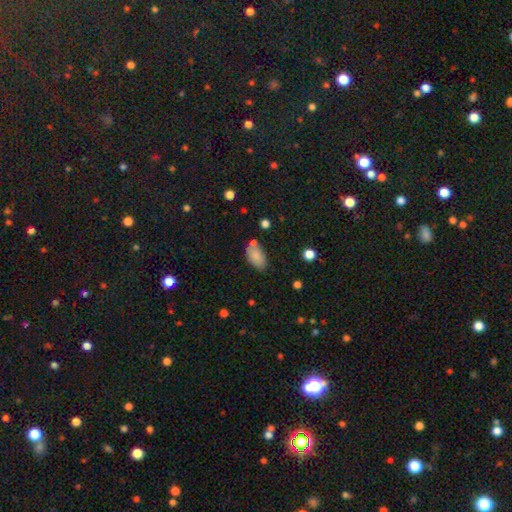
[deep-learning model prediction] Smooth or featured? Predicted: smooth (p=0.84). How rounded? Predicted: in between (p=0.94). Merging? Predicted: none (p=0.66).